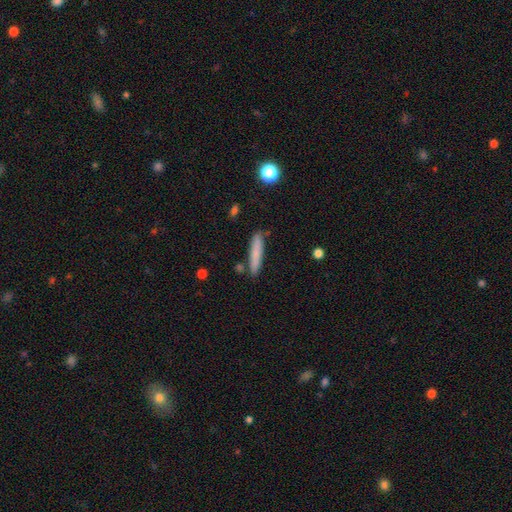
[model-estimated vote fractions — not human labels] This is likely a smooth galaxy (78%). How rounded: clearly cigar-shaped (89%). Merging: likely none (80%).